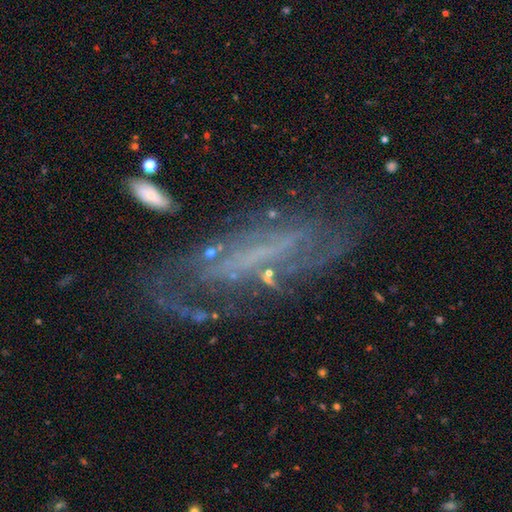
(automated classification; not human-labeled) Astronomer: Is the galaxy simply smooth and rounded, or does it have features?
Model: featured or disk — 74%.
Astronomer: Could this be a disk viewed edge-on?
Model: no — 85%.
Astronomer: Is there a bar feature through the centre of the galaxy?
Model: strong — 34% (runner-up: no, 33%).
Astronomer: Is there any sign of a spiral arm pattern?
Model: yes — 75%.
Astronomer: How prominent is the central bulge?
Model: none — 55% (runner-up: small, 31%).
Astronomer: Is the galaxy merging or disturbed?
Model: none — 58%.